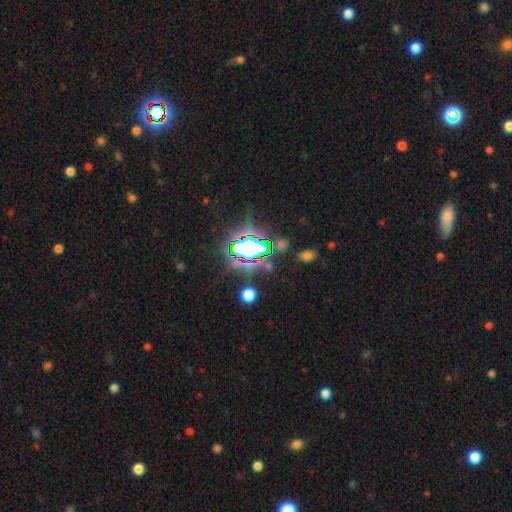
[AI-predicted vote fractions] Smooth or featured? Predicted: star or artifact (p=0.81).